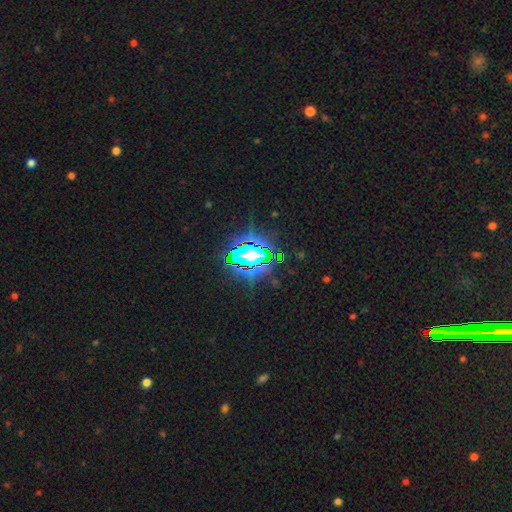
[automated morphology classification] Q: Smooth or featured?
A: star or artifact (78%); runner-up: smooth (13%)